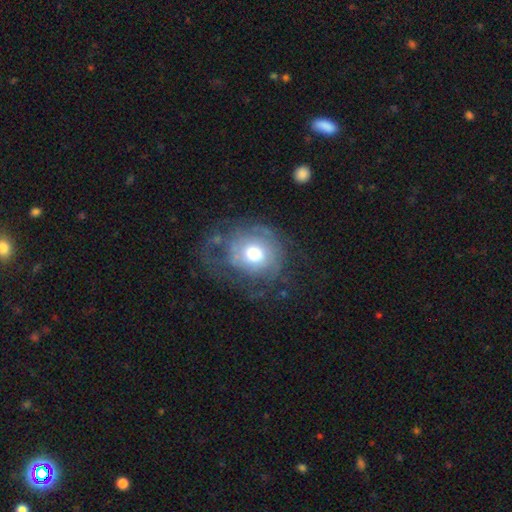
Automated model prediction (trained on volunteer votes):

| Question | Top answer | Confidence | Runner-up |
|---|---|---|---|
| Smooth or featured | featured or disk | 58% | smooth (32%) |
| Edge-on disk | no | 97% | yes (3%) |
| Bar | no | 84% | weak (13%) |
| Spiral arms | yes | 60% | no (40%) |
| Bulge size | large | 45% | moderate (42%) |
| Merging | none | 50% | major disturbance (28%) |